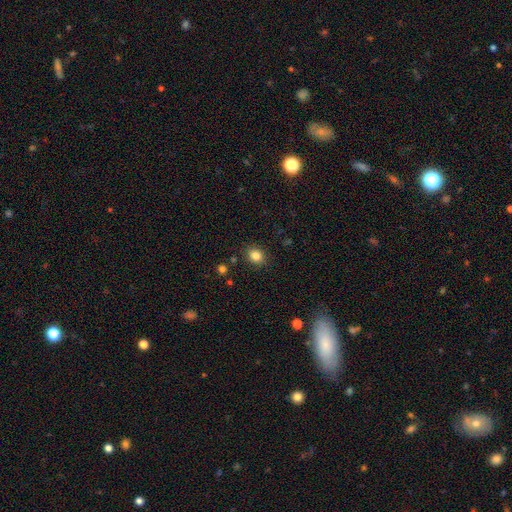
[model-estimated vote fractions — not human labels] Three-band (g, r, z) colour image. It shows a smooth galaxy with no disk features (84%) that is round (62%). Merging: none (87%).